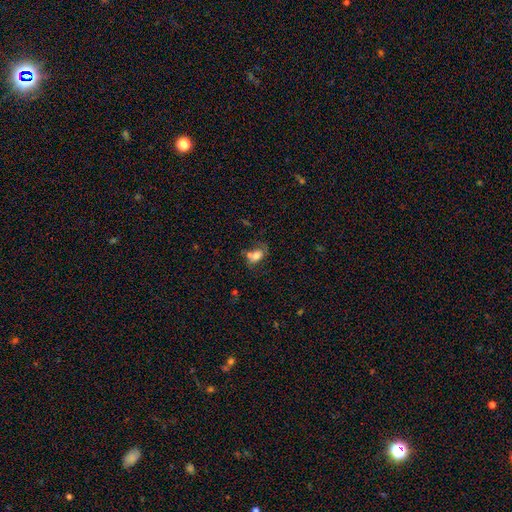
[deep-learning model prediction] A smooth galaxy with no disk features (72%) that is in between round and cigar-shaped (78%).

Vote fractions:
- Smooth or featured? smooth: 72% / featured or disk: 18% / star or artifact: 11%
- How rounded? in between: 78% / round: 20% / cigar-shaped: 2%
- Merging? none: 35% / merger: 34% / minor disturbance: 19% / major disturbance: 12%